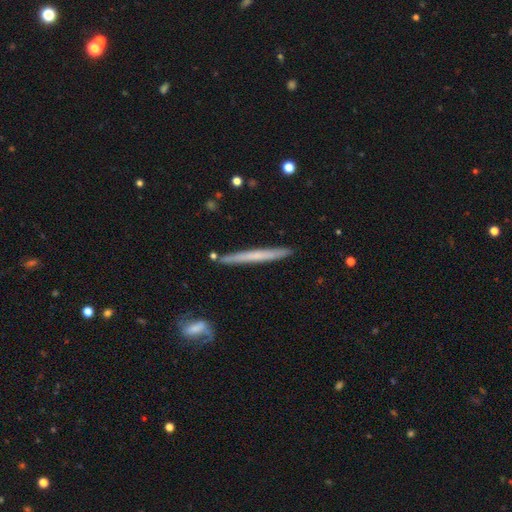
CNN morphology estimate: Smooth or featured? Predicted: smooth (p=0.47, tied with featured or disk). Merging? Predicted: none (p=0.88).